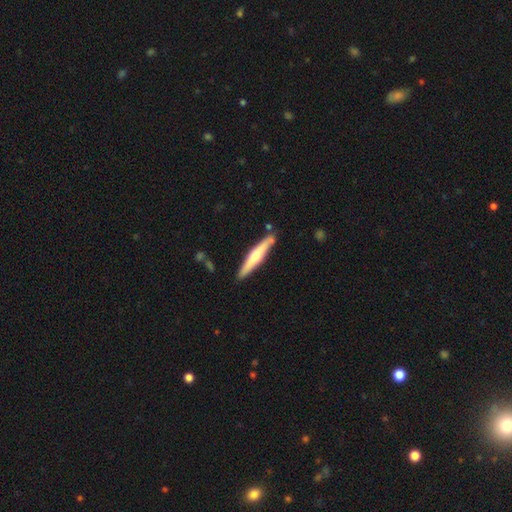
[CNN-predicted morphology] Smooth or featured?
  - featured or disk: 51% *
  - smooth: 44%
  - star or artifact: 5%
Edge-on disk?
  - yes: 95% *
  - no: 5%
Merging?
  - none: 83% *
  - minor disturbance: 11%
  - merger: 4%
  - major disturbance: 2%